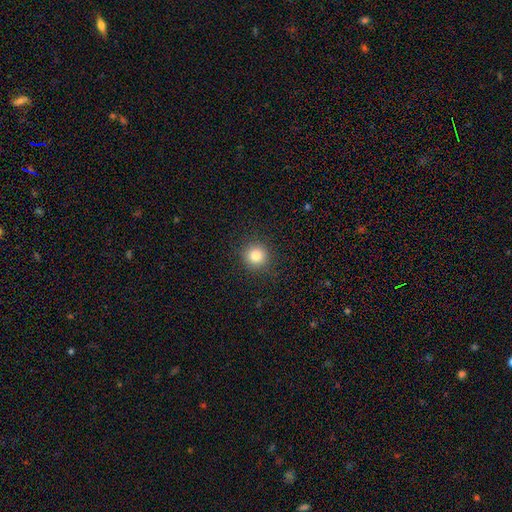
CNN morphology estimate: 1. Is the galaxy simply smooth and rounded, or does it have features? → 83% smooth, 12% star or artifact, 6% featured or disk.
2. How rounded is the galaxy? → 93% round, 6% in between, 1% cigar-shaped.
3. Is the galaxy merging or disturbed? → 90% none, 6% minor disturbance, 2% major disturbance, 1% merger.